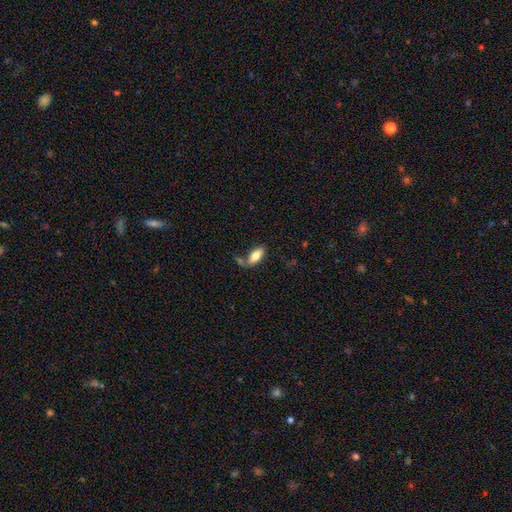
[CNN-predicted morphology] Smooth or featured? smooth (75%)
How rounded? in between (84%)
Merging? none (60%)